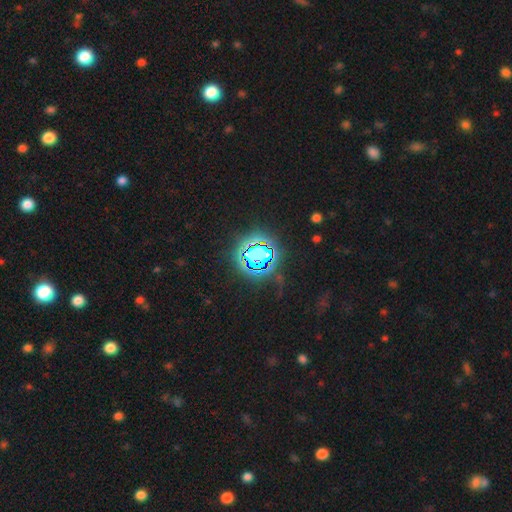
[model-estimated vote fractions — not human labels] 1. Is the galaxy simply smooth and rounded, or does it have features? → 75% star or artifact, 15% smooth, 10% featured or disk.